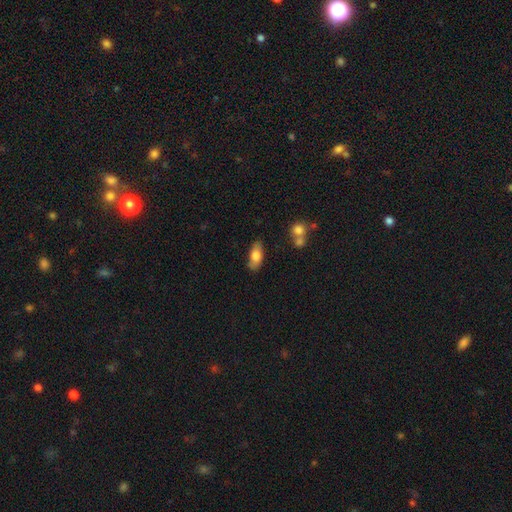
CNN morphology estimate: The model was most divided on "smooth or featured": smooth: 75%, featured or disk: 19%, star or artifact: 7%. More confident: how rounded — in between (83%); merging — none (75%).